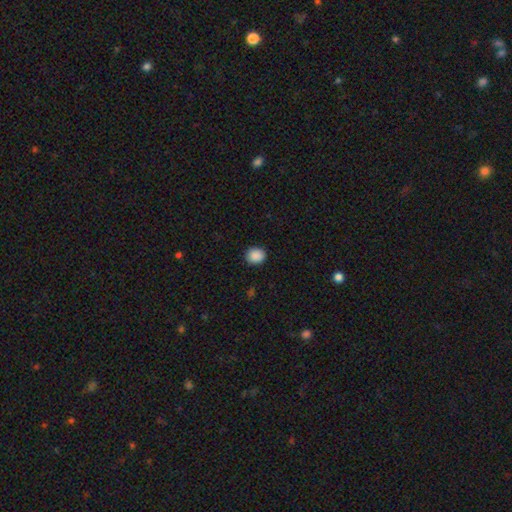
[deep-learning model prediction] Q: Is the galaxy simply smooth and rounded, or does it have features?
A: smooth — 89%.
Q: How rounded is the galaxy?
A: round — 74%.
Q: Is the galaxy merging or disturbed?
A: none — 89%.